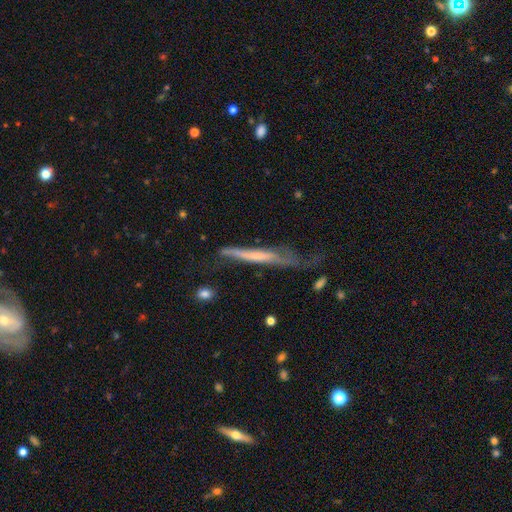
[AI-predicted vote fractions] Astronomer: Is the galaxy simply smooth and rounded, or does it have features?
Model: featured or disk — 52% (runner-up: smooth, 41%).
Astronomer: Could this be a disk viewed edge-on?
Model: yes — 79%.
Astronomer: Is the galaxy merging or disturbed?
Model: none — 39% (runner-up: minor disturbance, 30%).